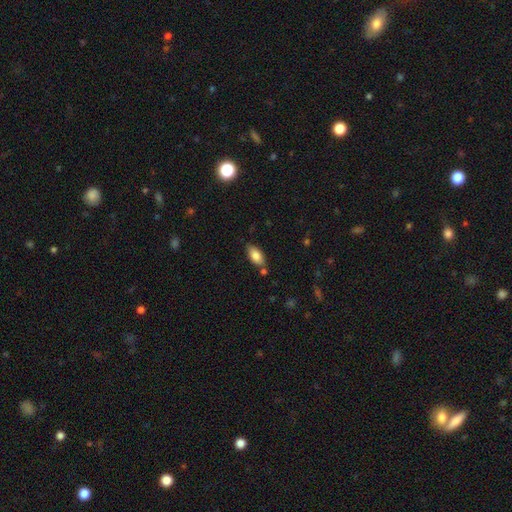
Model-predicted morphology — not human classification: Smooth or featured: smooth — 83% (featured or disk — 9%)
How rounded: in between — 91% (cigar-shaped — 6%)
Merging: none — 74% (minor disturbance — 15%)